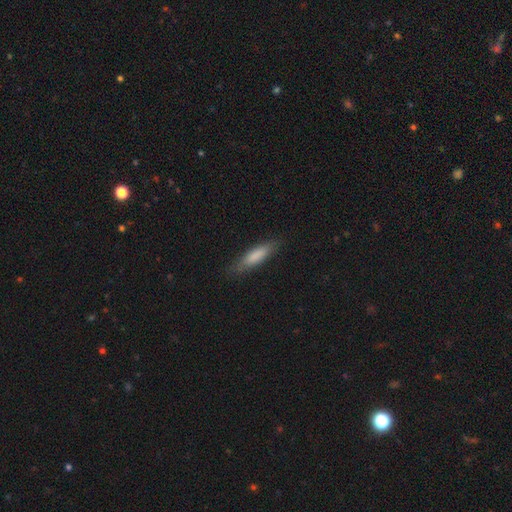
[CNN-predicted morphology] smooth-or-featured: smooth: 78% | featured or disk: 16% | star or artifact: 6%
  how-rounded: cigar-shaped: 71% | in between: 28% | round: 1%
  merging: none: 82% | minor disturbance: 14% | major disturbance: 3% | merger: 1%